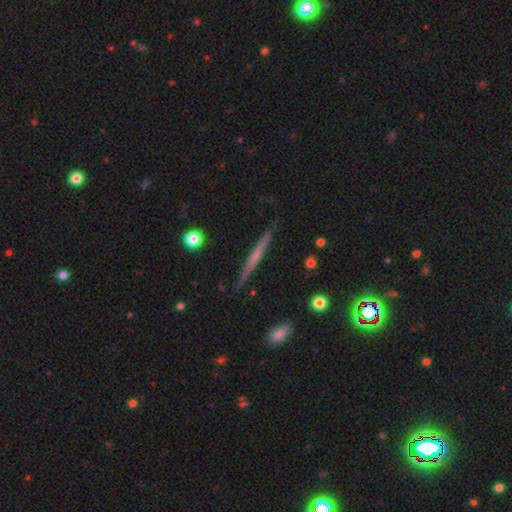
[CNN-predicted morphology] A featured or disk galaxy (57%) viewed edge-on (97%) with no central bulge (76%).

Vote fractions:
- Smooth or featured? featured or disk: 57% / smooth: 36% / star or artifact: 7%
- Edge-on disk? yes: 97% / no: 3%
- Edge-on bulge? none: 76% / rounded: 16% / boxy: 8%
- Merging? none: 90% / minor disturbance: 8% / major disturbance: 2% / merger: 1%